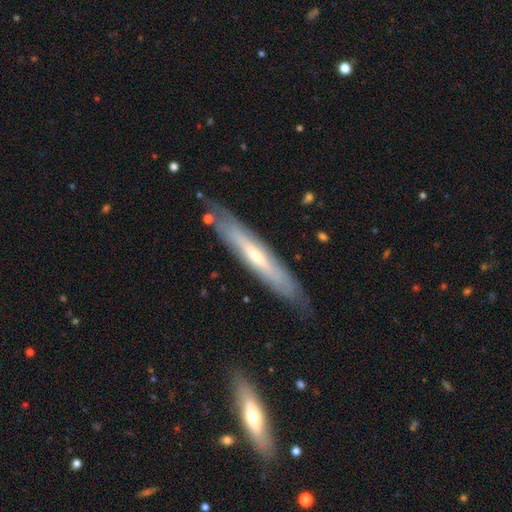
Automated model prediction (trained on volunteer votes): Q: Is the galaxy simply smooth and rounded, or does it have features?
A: featured or disk — 62%.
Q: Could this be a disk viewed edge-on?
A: yes — 72%.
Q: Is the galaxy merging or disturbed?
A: none — 79%.